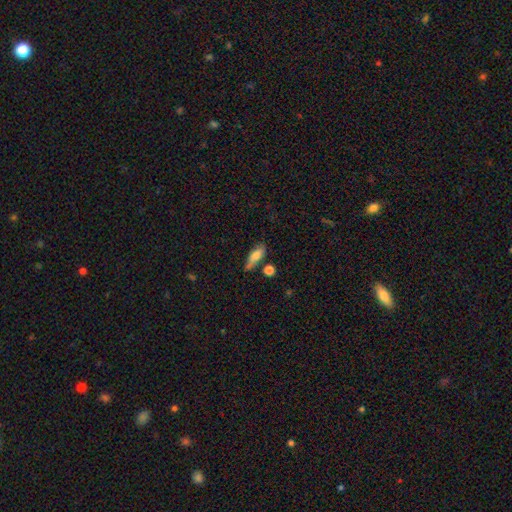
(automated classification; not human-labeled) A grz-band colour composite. It shows a smooth galaxy with no disk features (72%) that is in between round and cigar-shaped (58%). Merging: none (56%).